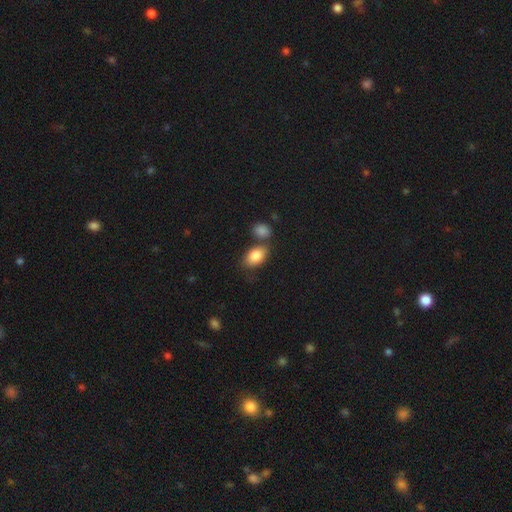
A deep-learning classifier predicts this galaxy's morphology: Smooth or featured?
  - smooth: 85% *
  - featured or disk: 8%
  - star or artifact: 7%
How rounded?
  - in between: 89% *
  - round: 9%
  - cigar-shaped: 2%
Merging?
  - none: 62% *
  - merger: 21%
  - minor disturbance: 13%
  - major disturbance: 4%